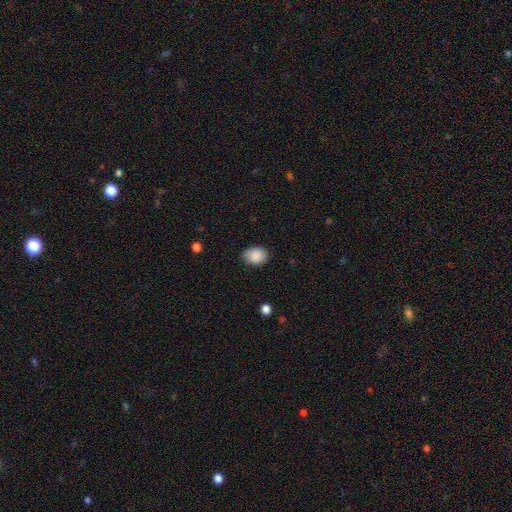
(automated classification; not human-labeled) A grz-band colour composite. It shows a smooth galaxy with no disk features (89%) that is in between round and cigar-shaped (62%). Merging: none (82%).